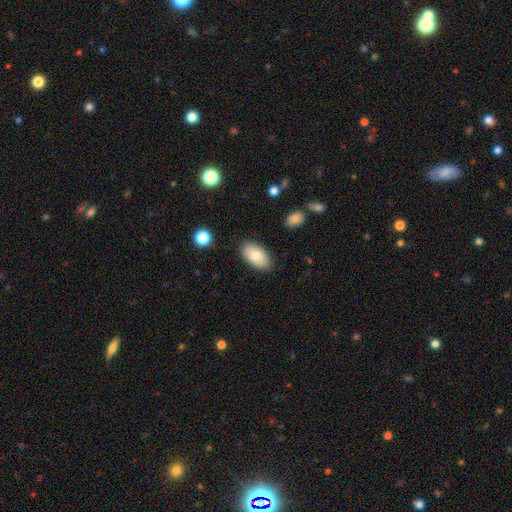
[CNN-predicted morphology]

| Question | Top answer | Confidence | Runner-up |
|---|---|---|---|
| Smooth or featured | smooth | 81% | featured or disk (13%) |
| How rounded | in between | 95% | round (3%) |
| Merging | none | 85% | minor disturbance (12%) |